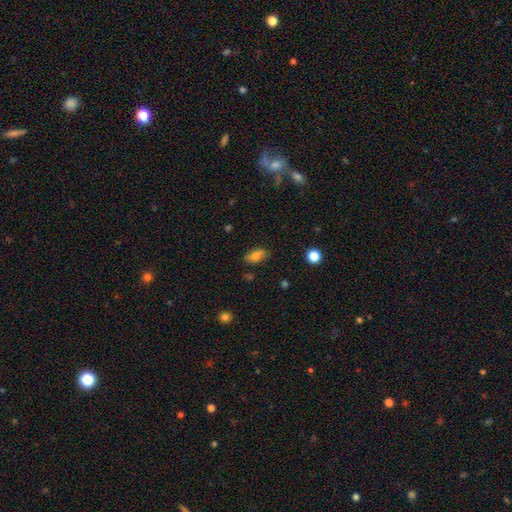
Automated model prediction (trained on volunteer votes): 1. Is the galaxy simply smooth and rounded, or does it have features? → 77% smooth, 14% featured or disk, 9% star or artifact.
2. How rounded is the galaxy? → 87% in between, 7% cigar-shaped, 5% round.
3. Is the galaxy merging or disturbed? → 82% none, 14% minor disturbance, 3% major disturbance, 2% merger.